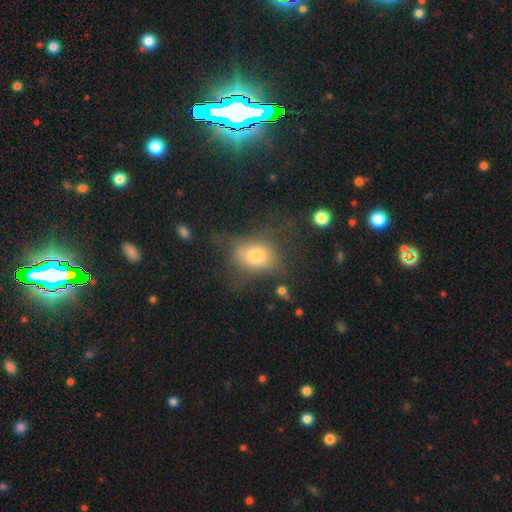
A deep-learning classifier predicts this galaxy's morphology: This appears to be a smooth galaxy with no disk features (68%) that is in between round and cigar-shaped (63%). Merging: none (49%).